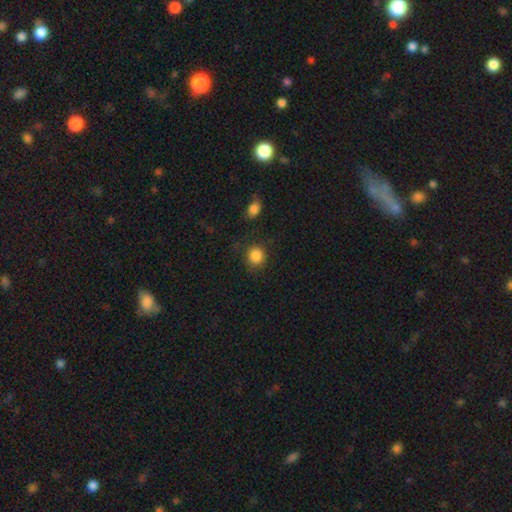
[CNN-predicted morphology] smooth_or_featured: smooth (p=0.86) [alt: star or artifact p=0.10]
how_rounded: round (p=0.88) [alt: in between p=0.11]
merging: none (p=0.81) [alt: minor disturbance p=0.11]